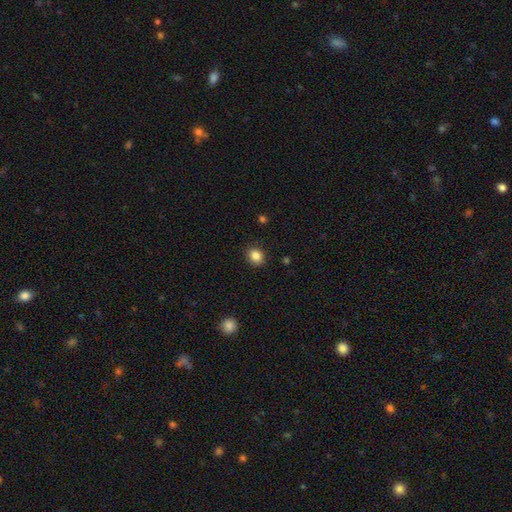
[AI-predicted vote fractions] Q: Smooth or featured?
A: smooth (85%); runner-up: star or artifact (10%)
Q: How rounded?
A: round (62%); runner-up: in between (37%)
Q: Merging?
A: none (89%); runner-up: minor disturbance (8%)